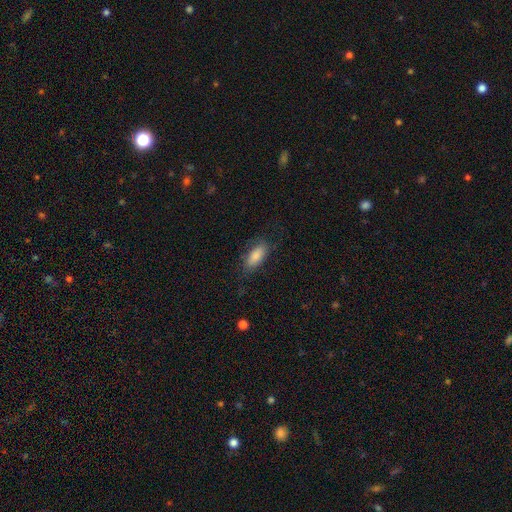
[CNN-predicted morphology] type=smooth (81%); roundness=in between (80%); merging=none (75%).